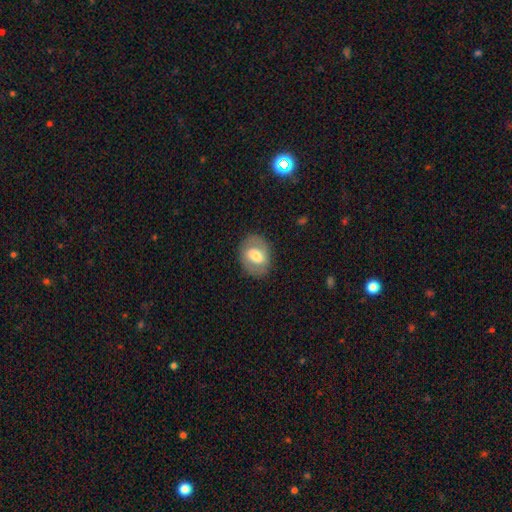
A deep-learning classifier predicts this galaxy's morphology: The model was most divided on "smooth or featured": smooth: 55%, featured or disk: 38%, star or artifact: 7%. More confident: merging — none (82%); how rounded — in between (63%).